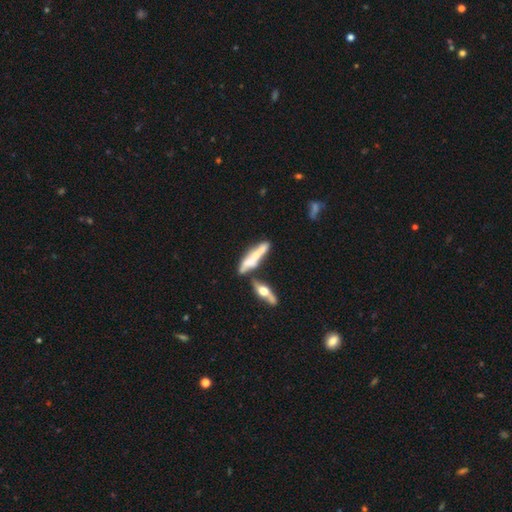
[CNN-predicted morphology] Overall: featured or disk (53%; smooth 40%). Edge-on disk: yes (81%). Merging: none (44%; merger 31%).